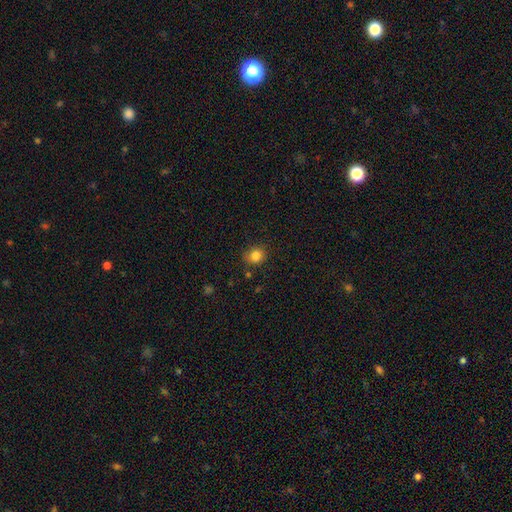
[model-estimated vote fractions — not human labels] A smooth galaxy with no disk features (84%) that is round (78%). Merging: none (81%).